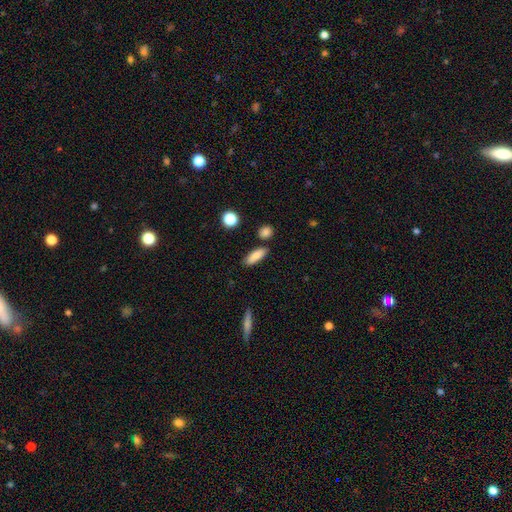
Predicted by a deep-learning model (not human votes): smooth 84%, featured or disk 9%, star or artifact 7%. Down the decision tree: how rounded — in between (57%); merging — none (84%).